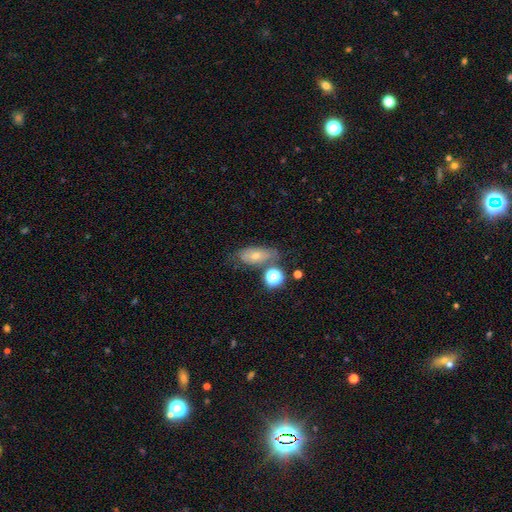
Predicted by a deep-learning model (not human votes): Smooth or featured: smooth — 44% (featured or disk — 34%)
Merging: none — 63% (minor disturbance — 19%)